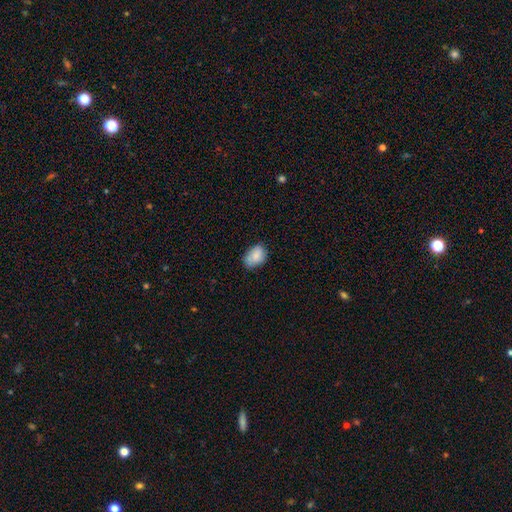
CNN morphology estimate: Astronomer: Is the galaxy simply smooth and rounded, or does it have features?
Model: smooth — 84%.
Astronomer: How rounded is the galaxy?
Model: in between — 76%.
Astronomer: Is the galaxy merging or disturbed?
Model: none — 63%.